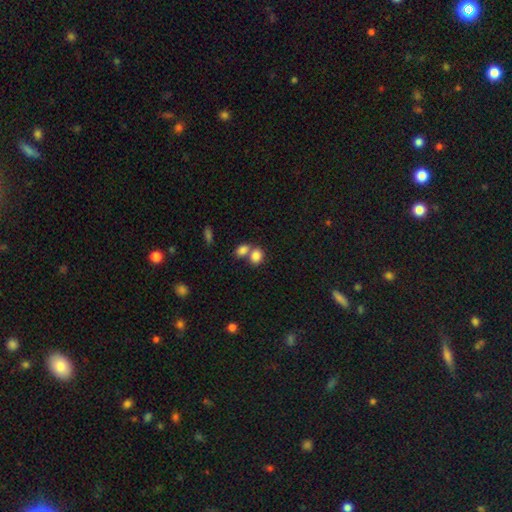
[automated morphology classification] smooth 84%, star or artifact 9%, featured or disk 7%. Down the decision tree: how rounded — in between (54%); merging — merger (52%).